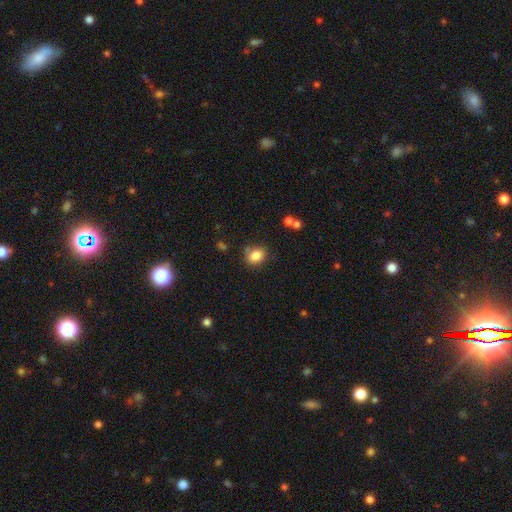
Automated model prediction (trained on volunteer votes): Smooth or featured?
  - smooth: 84% *
  - star or artifact: 9%
  - featured or disk: 6%
How rounded?
  - in between: 59% *
  - round: 40%
  - cigar-shaped: 1%
Merging?
  - none: 73% *
  - minor disturbance: 17%
  - merger: 5%
  - major disturbance: 4%